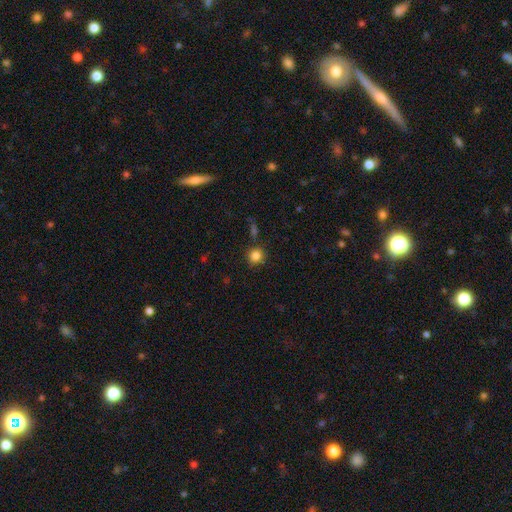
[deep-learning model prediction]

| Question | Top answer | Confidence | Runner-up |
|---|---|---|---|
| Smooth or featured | smooth | 85% | star or artifact (11%) |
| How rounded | round | 91% | in between (8%) |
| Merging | none | 86% | minor disturbance (8%) |